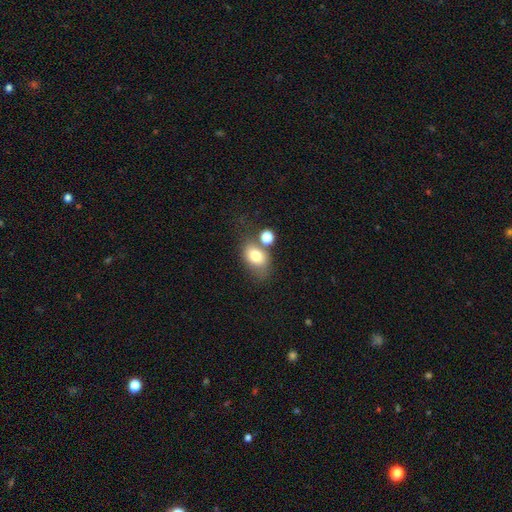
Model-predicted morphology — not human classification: smooth-or-featured: smooth: 76% | featured or disk: 14% | star or artifact: 10%
  how-rounded: in between: 72% | round: 27% | cigar-shaped: 1%
  merging: none: 51% | merger: 23% | minor disturbance: 17% | major disturbance: 9%